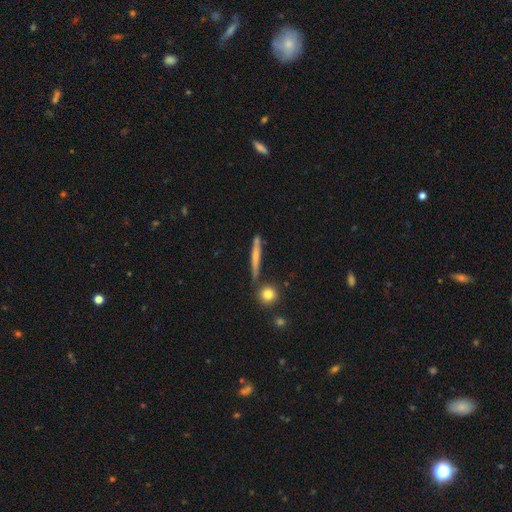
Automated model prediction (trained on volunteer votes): A smooth galaxy with no disk features (55%) that is cigar-shaped (92%). Merging: none (80%).